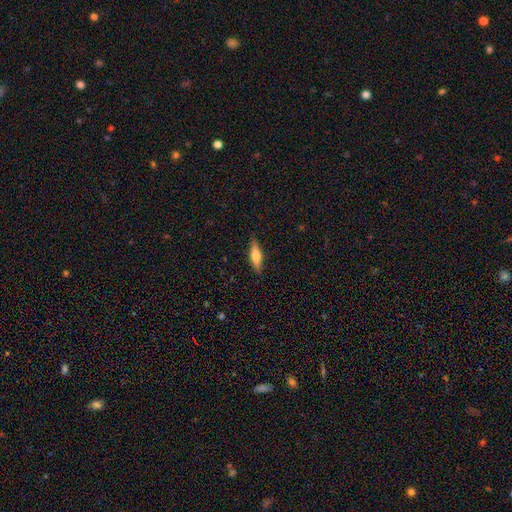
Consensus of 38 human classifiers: Morphology: type=smooth (61%); roundness=cigar-shaped (52%); merging=none (81%).